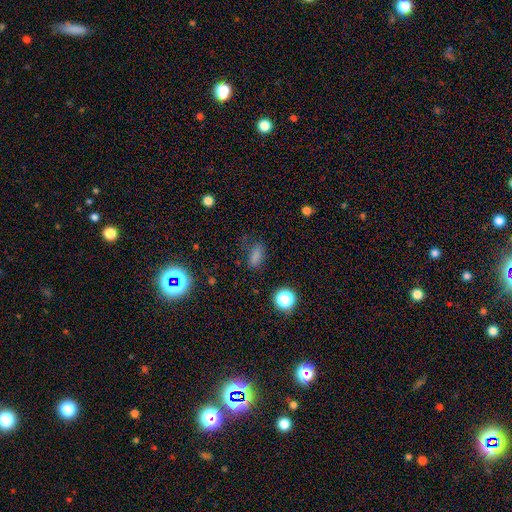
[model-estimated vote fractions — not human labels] Smooth or featured?
  - smooth: 75% *
  - star or artifact: 19%
  - featured or disk: 7%
How rounded?
  - in between: 80% *
  - round: 11%
  - cigar-shaped: 9%
Merging?
  - none: 60% *
  - minor disturbance: 23%
  - major disturbance: 13%
  - merger: 3%